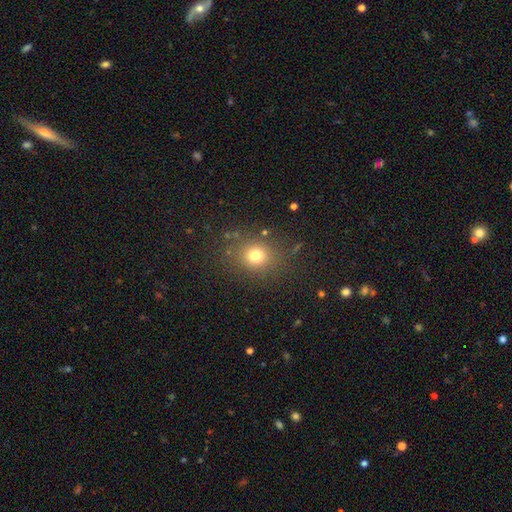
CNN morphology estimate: The model was most divided on "smooth or featured": smooth: 74%, star or artifact: 17%, featured or disk: 8%. More confident: merging — none (82%); how rounded — round (78%).